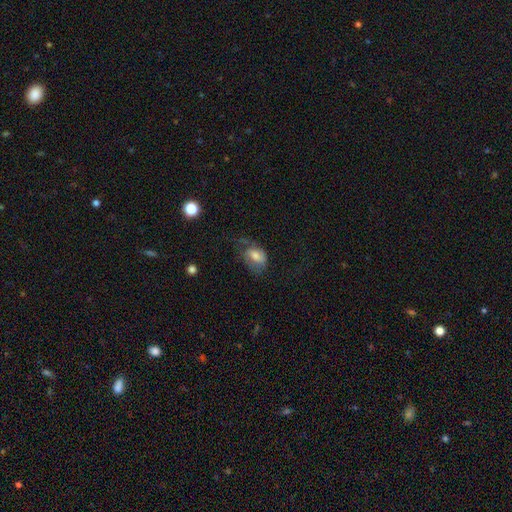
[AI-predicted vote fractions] The model was most divided on "merging": major disturbance: 36%, none: 35%, minor disturbance: 27%, merger: 2%. More confident: how rounded — in between (80%); smooth or featured — smooth (54%).